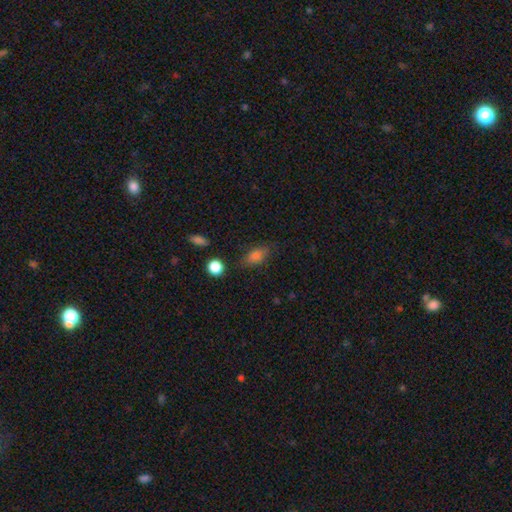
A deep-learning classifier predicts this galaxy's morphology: Q: Smooth or featured?
A: smooth (79%); runner-up: star or artifact (12%)
Q: How rounded?
A: in between (81%); runner-up: cigar-shaped (10%)
Q: Merging?
A: none (76%); runner-up: minor disturbance (17%)